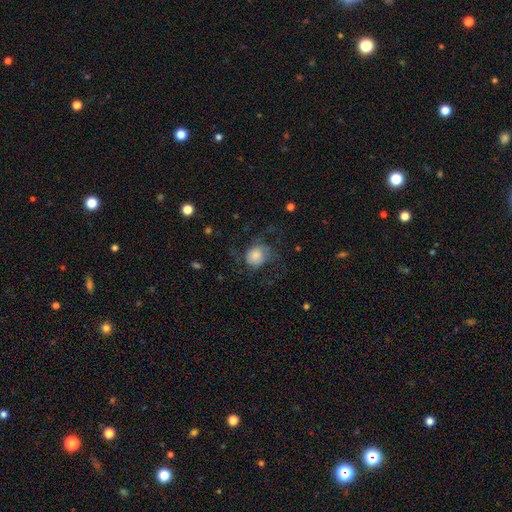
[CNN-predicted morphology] A smooth galaxy with no disk features (52%) that is round (73%).

Vote fractions:
- Smooth or featured? smooth: 52% / featured or disk: 38% / star or artifact: 10%
- How rounded? round: 73% / in between: 26% / cigar-shaped: 1%
- Merging? none: 49% / major disturbance: 31% / minor disturbance: 19% / merger: 2%